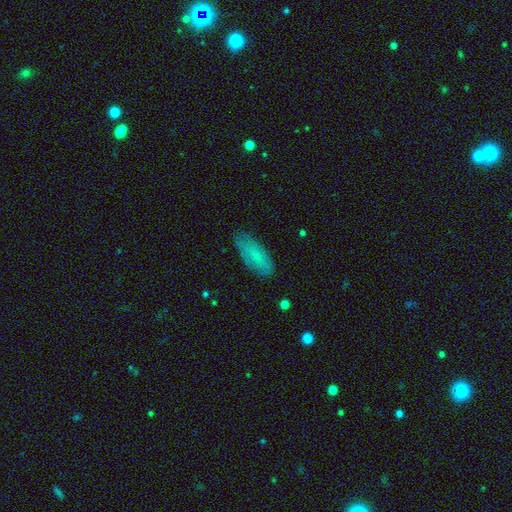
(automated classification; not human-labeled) Morphology: type=smooth (73%); roundness=in between (75%); merging=none (77%).